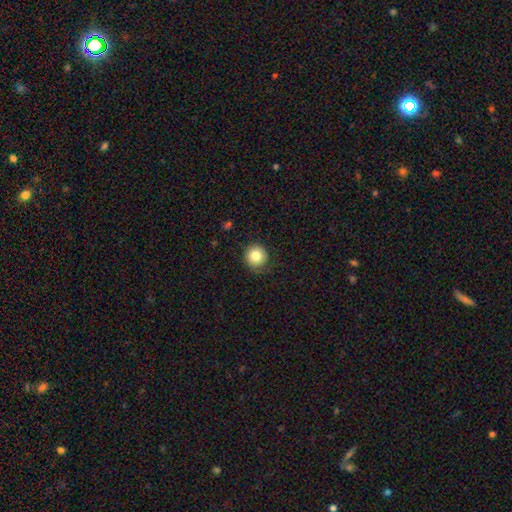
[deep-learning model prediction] Smooth or featured? Predicted: smooth (p=0.82). How rounded? Predicted: round (p=0.93). Merging? Predicted: none (p=0.79).